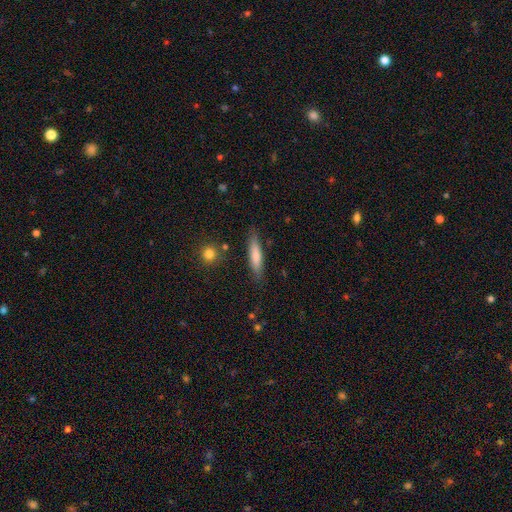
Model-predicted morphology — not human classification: type=smooth (75%); roundness=cigar-shaped (81%); merging=none (84%).